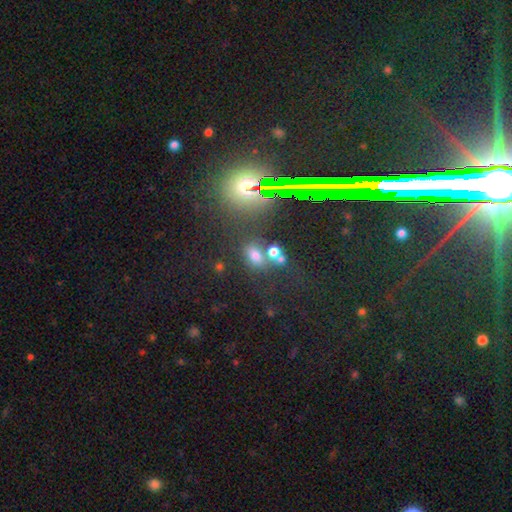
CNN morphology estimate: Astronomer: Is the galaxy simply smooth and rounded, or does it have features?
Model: smooth — 61%.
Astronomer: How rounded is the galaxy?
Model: in between — 66%.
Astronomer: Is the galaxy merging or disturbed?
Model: none — 54%.